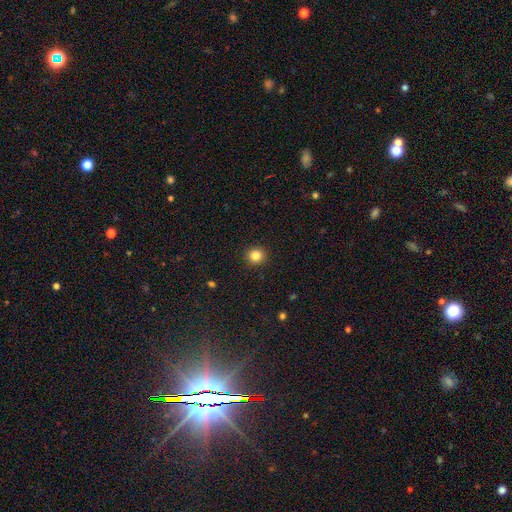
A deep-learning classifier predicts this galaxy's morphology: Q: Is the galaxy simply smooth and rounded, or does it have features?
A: smooth — 83%.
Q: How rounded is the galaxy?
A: round — 93%.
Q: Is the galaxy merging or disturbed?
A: none — 93%.